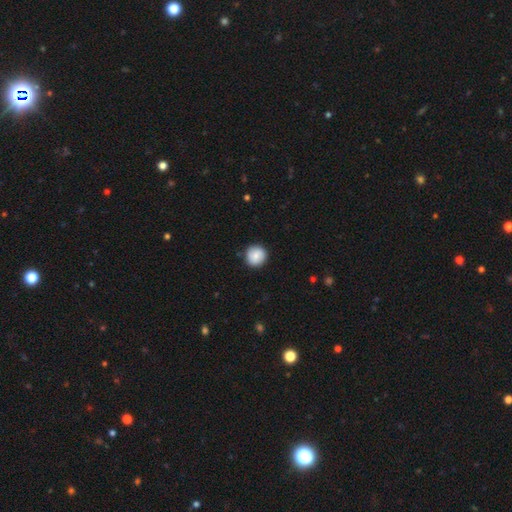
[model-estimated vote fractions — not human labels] Overall: smooth (82%). How rounded: round (95%). Merging: none (89%).